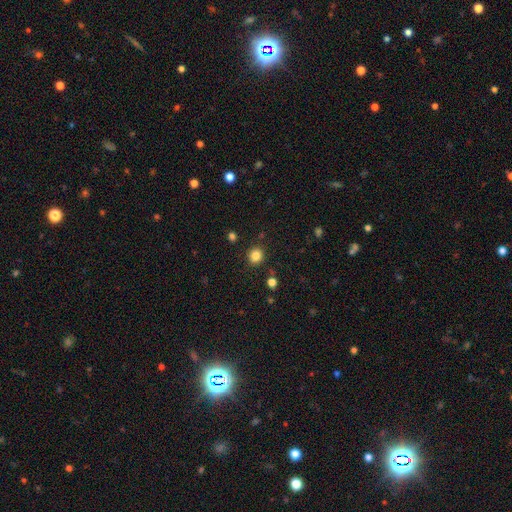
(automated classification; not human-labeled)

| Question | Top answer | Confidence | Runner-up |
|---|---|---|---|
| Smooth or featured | smooth | 83% | star or artifact (12%) |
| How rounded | round | 86% | in between (13%) |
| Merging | none | 88% | minor disturbance (7%) |